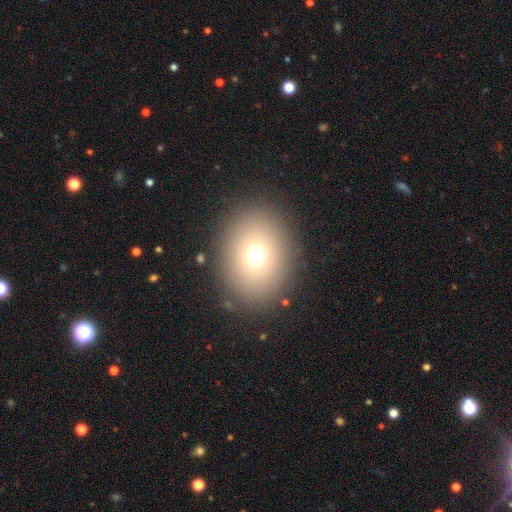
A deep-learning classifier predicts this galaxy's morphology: Smooth or featured? Predicted: smooth (p=0.72). How rounded? Predicted: in between (p=0.51). Merging? Predicted: none (p=0.87).